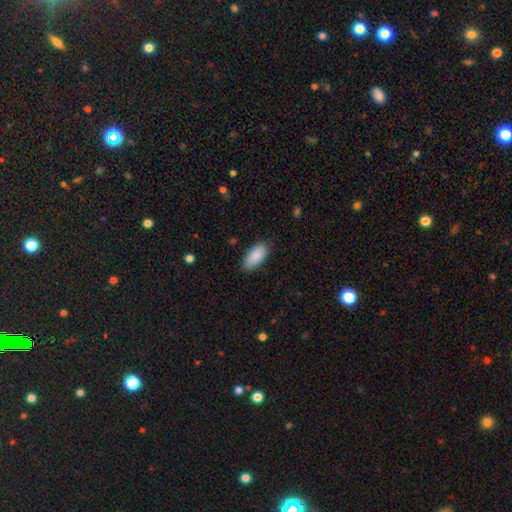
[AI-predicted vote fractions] The model was most divided on "merging": none: 84%, minor disturbance: 13%, major disturbance: 2%, merger: 1%. More confident: how rounded — in between (91%); smooth or featured — smooth (89%).